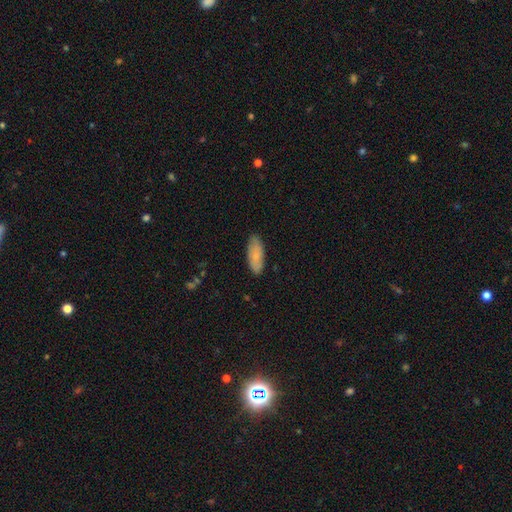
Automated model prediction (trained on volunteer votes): Smooth or featured? Predicted: smooth (p=0.77). How rounded? Predicted: in between (p=0.78). Merging? Predicted: none (p=0.82).